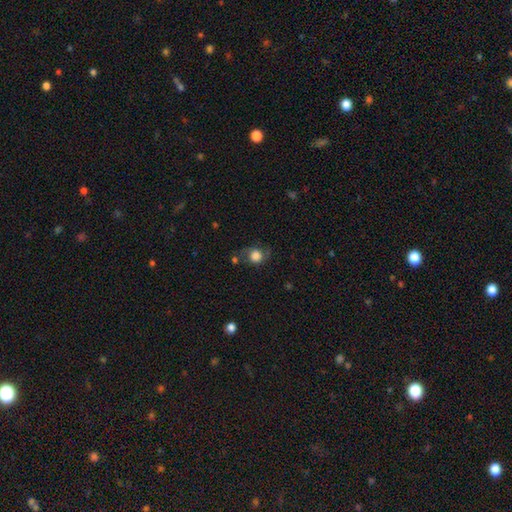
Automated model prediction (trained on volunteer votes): Overall: smooth (69%). How rounded: round (75%). Merging: none (52%; minor disturbance 25%).